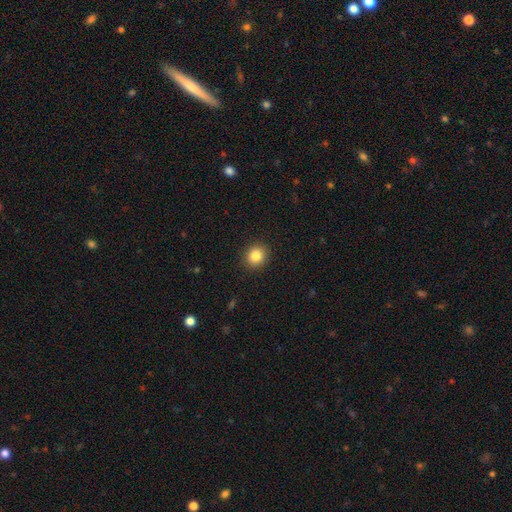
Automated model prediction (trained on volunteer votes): The model was most divided on "how rounded": round: 82%, in between: 17%, cigar-shaped: 1%. More confident: merging — none (91%); smooth or featured — smooth (84%).